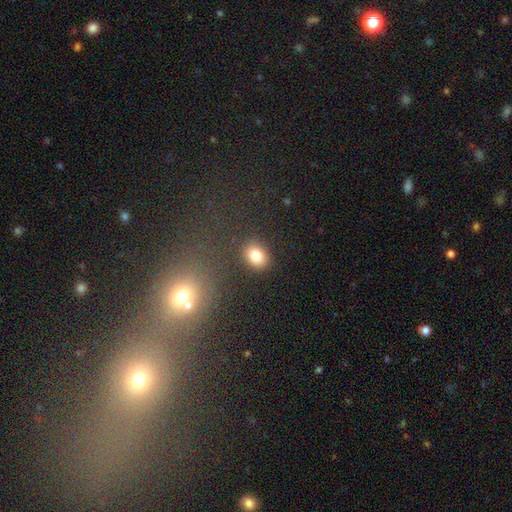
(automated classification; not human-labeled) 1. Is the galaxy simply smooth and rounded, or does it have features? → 83% smooth, 10% star or artifact, 6% featured or disk.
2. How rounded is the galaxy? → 57% in between, 42% round, 1% cigar-shaped.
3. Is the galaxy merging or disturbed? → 84% none, 9% minor disturbance, 3% major disturbance, 3% merger.